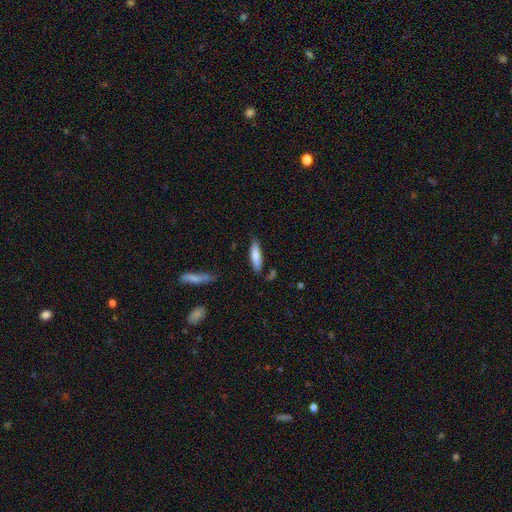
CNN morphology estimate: This is clearly a smooth galaxy (81%). How rounded: likely cigar-shaped (62%). Merging: clearly none (80%).